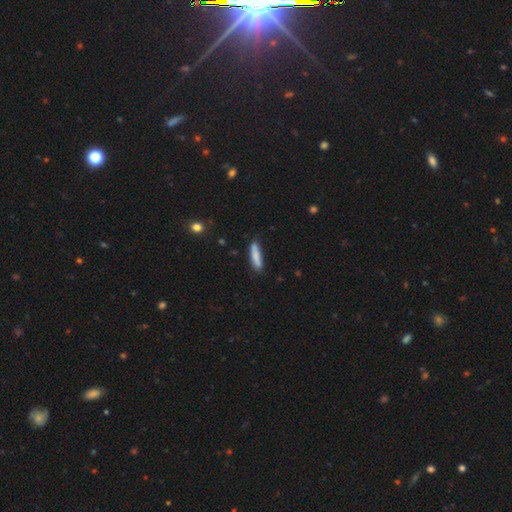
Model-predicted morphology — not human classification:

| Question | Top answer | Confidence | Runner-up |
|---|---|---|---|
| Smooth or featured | smooth | 82% | featured or disk (12%) |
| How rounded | cigar-shaped | 80% | in between (19%) |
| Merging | none | 76% | minor disturbance (18%) |